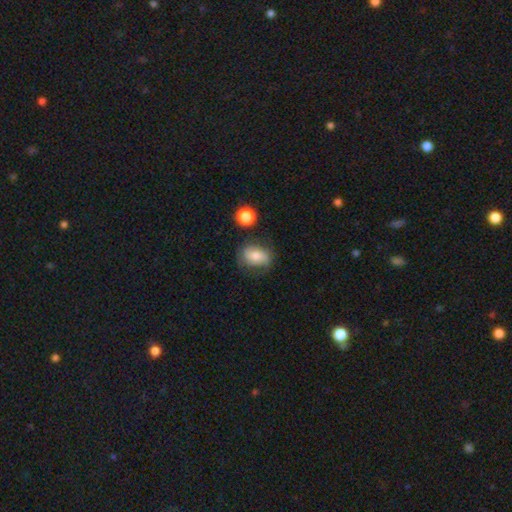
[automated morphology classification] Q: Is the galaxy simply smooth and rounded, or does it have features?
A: smooth — 68%.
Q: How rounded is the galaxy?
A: in between — 74%.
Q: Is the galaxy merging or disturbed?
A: none — 61%.